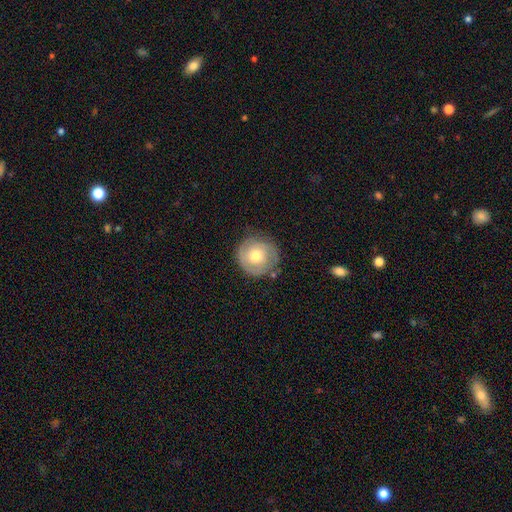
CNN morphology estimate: smooth 47% (tied), featured or disk 47% (tied), star or artifact 6%. Down the decision tree: merging — none (76%).